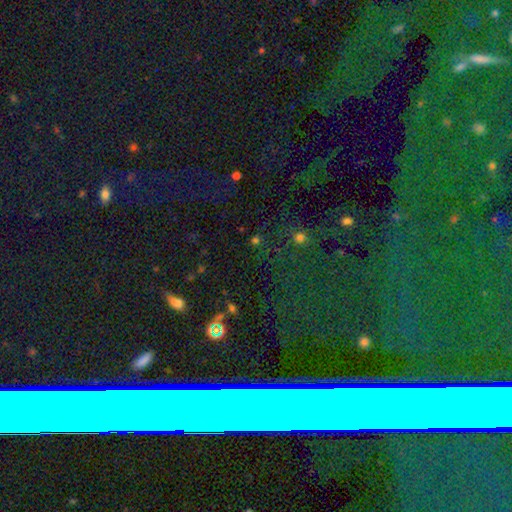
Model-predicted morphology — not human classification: A star or artifact, not a galaxy (68%).

Vote fractions:
- Smooth or featured? star or artifact: 68% / smooth: 16% / featured or disk: 16%